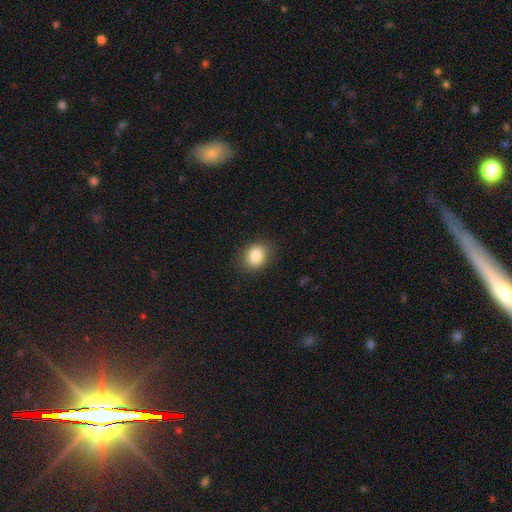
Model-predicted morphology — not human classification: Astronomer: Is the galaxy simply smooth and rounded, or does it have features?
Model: smooth — 85%.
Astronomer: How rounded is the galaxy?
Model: in between — 57% (runner-up: round, 42%).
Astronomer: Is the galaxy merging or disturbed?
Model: none — 86%.